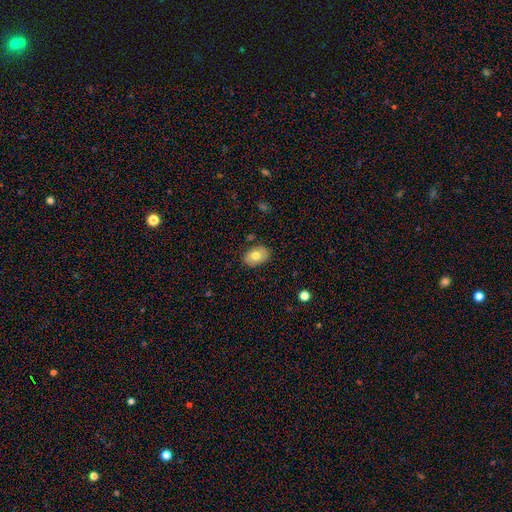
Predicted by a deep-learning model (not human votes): Smooth or featured: smooth — 74% (featured or disk — 19%)
How rounded: in between — 84% (round — 15%)
Merging: none — 84% (minor disturbance — 12%)